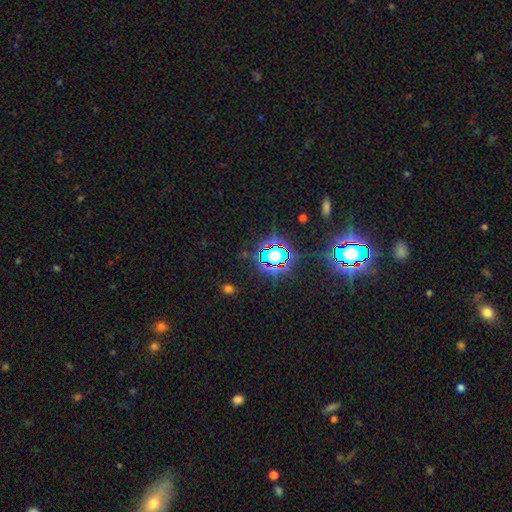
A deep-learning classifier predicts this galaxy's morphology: Smooth or featured?
  - star or artifact: 80% *
  - smooth: 13%
  - featured or disk: 8%